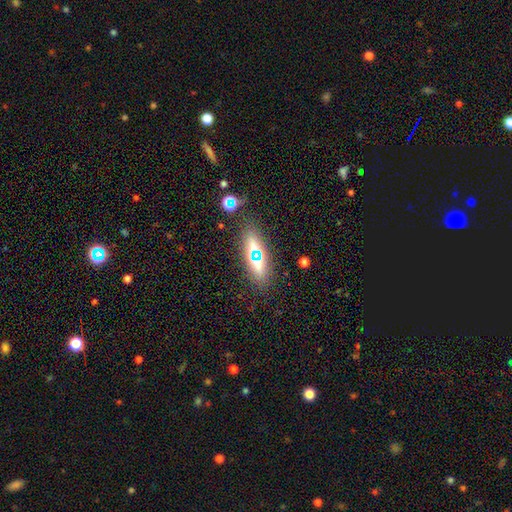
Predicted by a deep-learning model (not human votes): Q: Smooth or featured?
A: smooth (55%); runner-up: featured or disk (23%)
Q: How rounded?
A: in between (70%); runner-up: cigar-shaped (22%)
Q: Merging?
A: none (83%); runner-up: minor disturbance (11%)